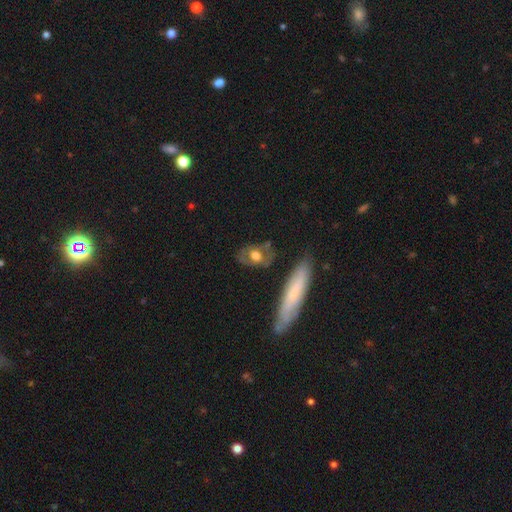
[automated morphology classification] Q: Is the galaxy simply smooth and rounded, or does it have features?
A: smooth — 50%.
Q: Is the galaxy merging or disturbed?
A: none — 65%.